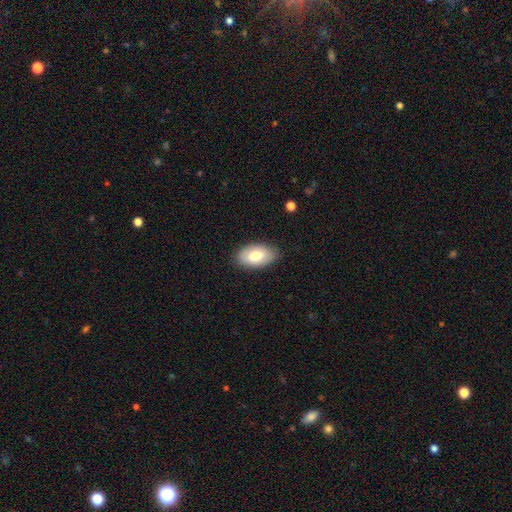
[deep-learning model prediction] smooth 72%, featured or disk 22%, star or artifact 6%. Down the decision tree: how rounded — in between (94%); merging — none (83%).